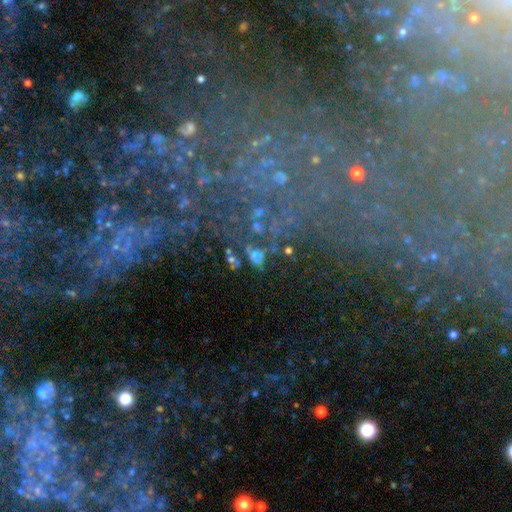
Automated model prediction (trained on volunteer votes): A featured or disk galaxy (36%).

Vote fractions:
- Smooth or featured? featured or disk: 36% / star or artifact: 32% / smooth: 31%
- Merging? none: 45% / major disturbance: 21% / minor disturbance: 19% / merger: 16%